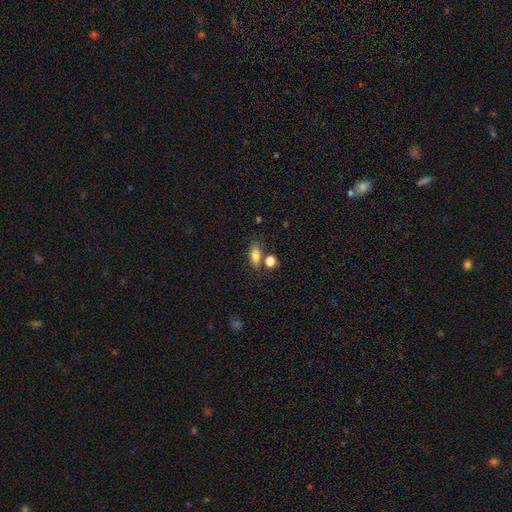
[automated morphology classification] This is likely a smooth galaxy (78%). How rounded: likely in between (73%). Merging: likely none (67%).